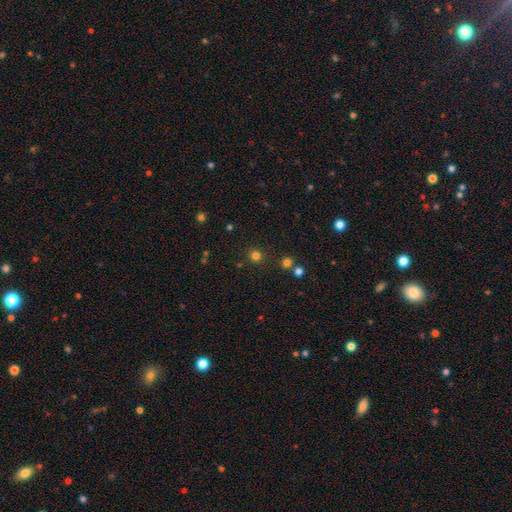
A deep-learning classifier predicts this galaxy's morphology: Smooth or featured: smooth — 76% (star or artifact — 19%)
How rounded: round — 91% (in between — 8%)
Merging: none — 87% (minor disturbance — 7%)